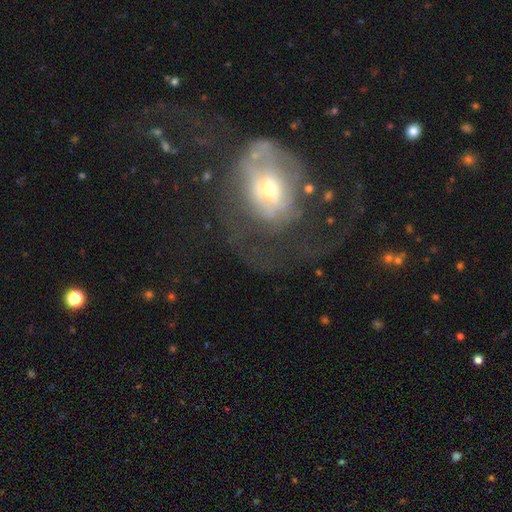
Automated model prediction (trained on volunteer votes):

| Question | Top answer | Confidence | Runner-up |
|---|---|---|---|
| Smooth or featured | featured or disk | 60% | smooth (28%) |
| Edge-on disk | no | 95% | yes (5%) |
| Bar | no | 71% | weak (21%) |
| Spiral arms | yes | 50% | tied: no (50%) |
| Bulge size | moderate | 49% | small (42%) |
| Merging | major disturbance | 53% | none (28%) |